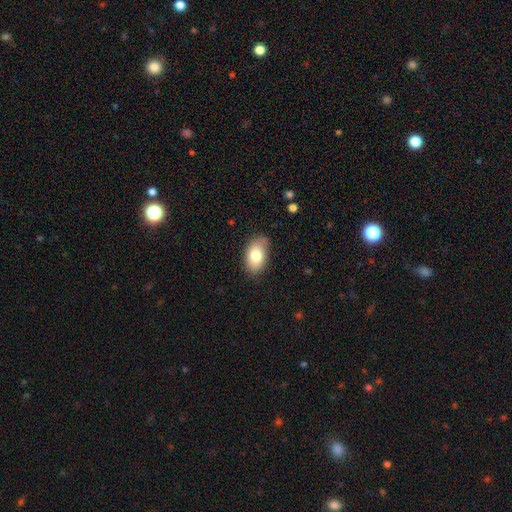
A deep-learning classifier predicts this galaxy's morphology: This appears to be a smooth galaxy with no disk features (81%) that is in between round and cigar-shaped (92%). Merging: none (78%).